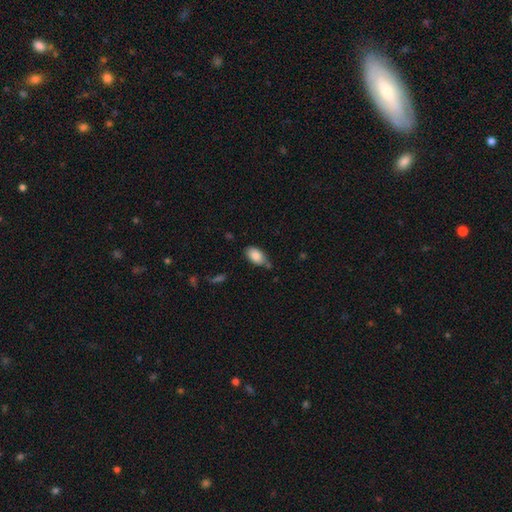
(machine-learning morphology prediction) type=smooth (85%); roundness=in between (93%); merging=none (61%).